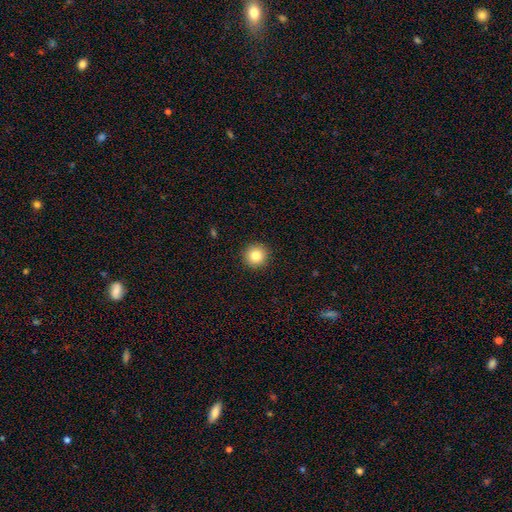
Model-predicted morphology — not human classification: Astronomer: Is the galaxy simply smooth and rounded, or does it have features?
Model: smooth — 83%.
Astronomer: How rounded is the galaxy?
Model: round — 95%.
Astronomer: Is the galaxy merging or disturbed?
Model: none — 92%.